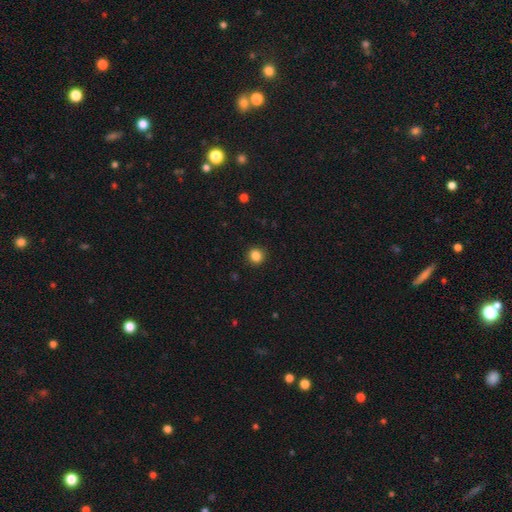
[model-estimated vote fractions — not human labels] Q: Smooth or featured?
A: smooth (85%); runner-up: star or artifact (11%)
Q: How rounded?
A: round (89%); runner-up: in between (10%)
Q: Merging?
A: none (91%); runner-up: minor disturbance (6%)